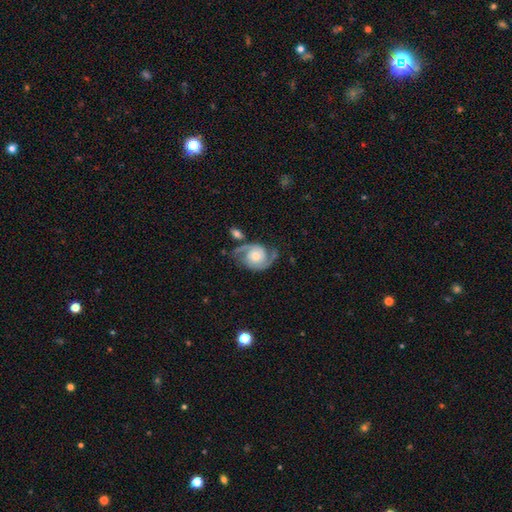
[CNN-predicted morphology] This appears to be a featured or disk galaxy (88%) with no bar (74%), 2 (92%) medium (47%) spiral arms (97%) and a moderate central bulge (63%). Merging: none (67%).